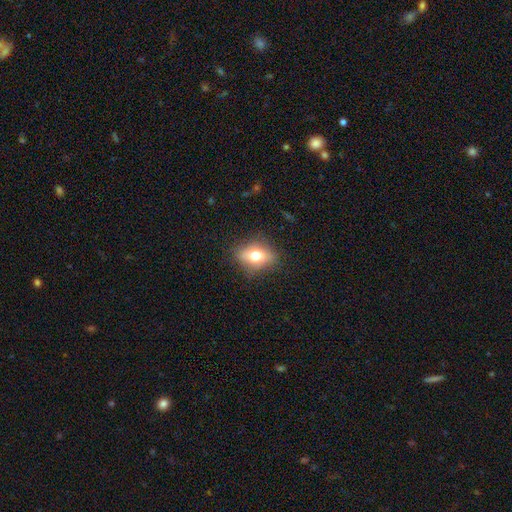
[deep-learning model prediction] A smooth galaxy with no disk features (67%) that is in between round and cigar-shaped (68%).

Vote fractions:
- Smooth or featured? smooth: 67% / featured or disk: 23% / star or artifact: 10%
- How rounded? in between: 68% / round: 28% / cigar-shaped: 5%
- Merging? none: 80% / minor disturbance: 14% / major disturbance: 4% / merger: 1%